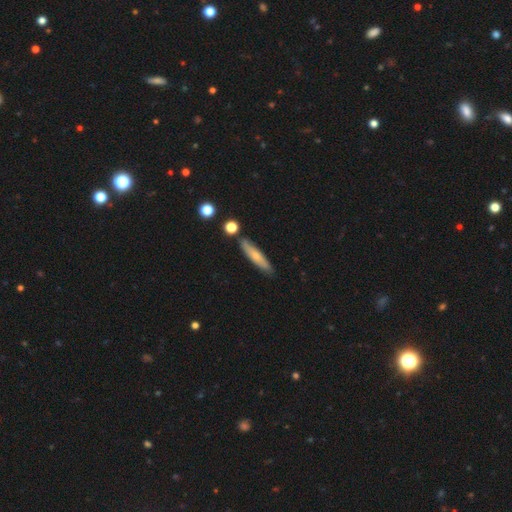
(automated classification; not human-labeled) Smooth or featured? Predicted: smooth (p=0.63). How rounded? Predicted: cigar-shaped (p=0.82). Merging? Predicted: none (p=0.78).